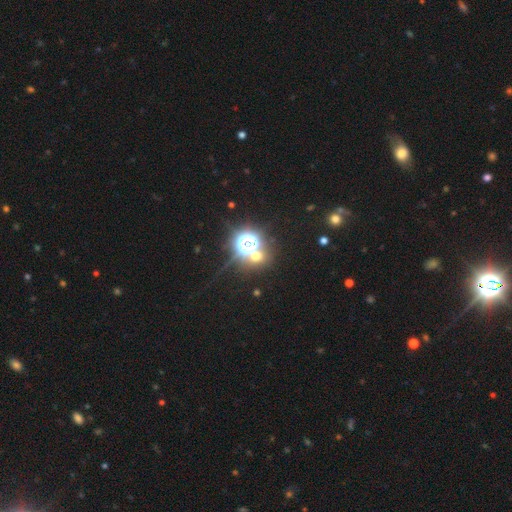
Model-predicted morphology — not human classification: Smooth or featured? star or artifact (55%)